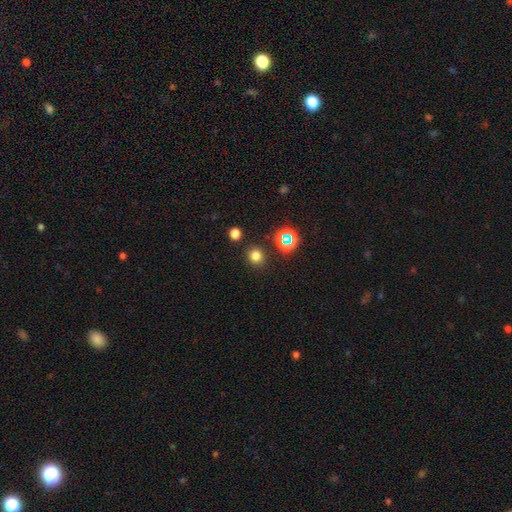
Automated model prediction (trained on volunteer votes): Overall: smooth (75%). How rounded: round (86%). Merging: none (88%).